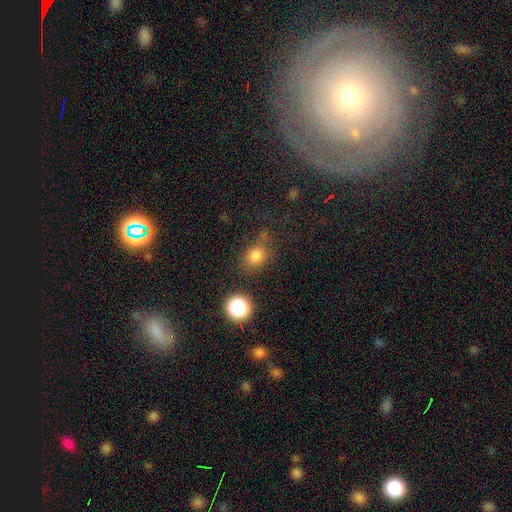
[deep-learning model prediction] Smooth or featured? smooth (77%)
How rounded? round (63%)
Merging? none (64%)